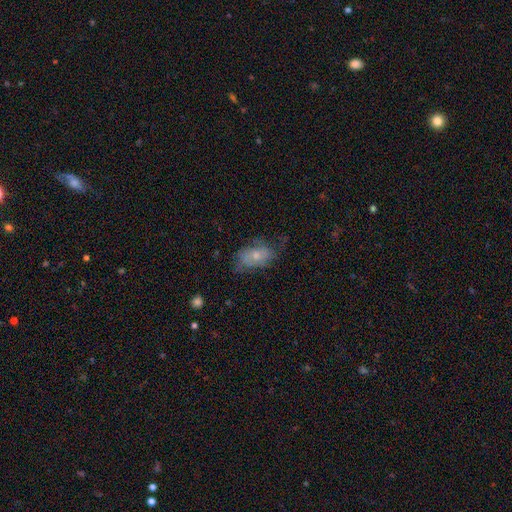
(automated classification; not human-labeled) This is possibly a smooth galaxy (56%). How rounded: clearly in between (87%). Merging: possibly none (51%).